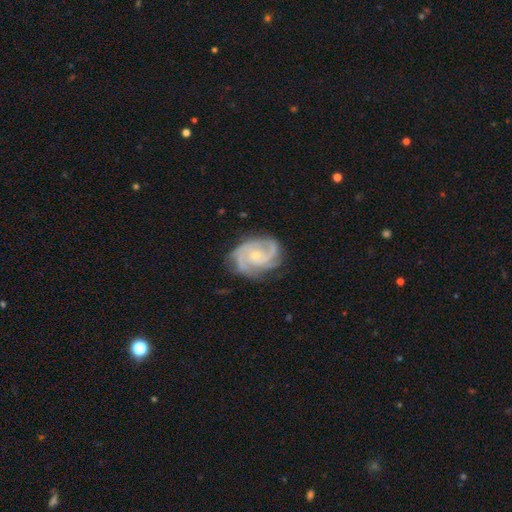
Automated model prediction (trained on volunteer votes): smooth-or-featured: featured or disk: 89% | smooth: 6% | star or artifact: 5%
  disk-edge-on: no: 98% | yes: 2%
    bar: no: 74% | weak: 22% | strong: 4%
    has-spiral-arms: yes: 98% | no: 2%
      spiral-winding: tight: 58% | medium: 36% | loose: 6%
      spiral-arm-count: 3: 42% | 2: 28% | can't tell: 13% | 4: 8% | 1: 5% | more than 4: 5%
    bulge-size: small: 66% | moderate: 31% | none: 1% | large: 1% | dominant: 1%
  merging: none: 71% | minor disturbance: 20% | major disturbance: 7% | merger: 1%